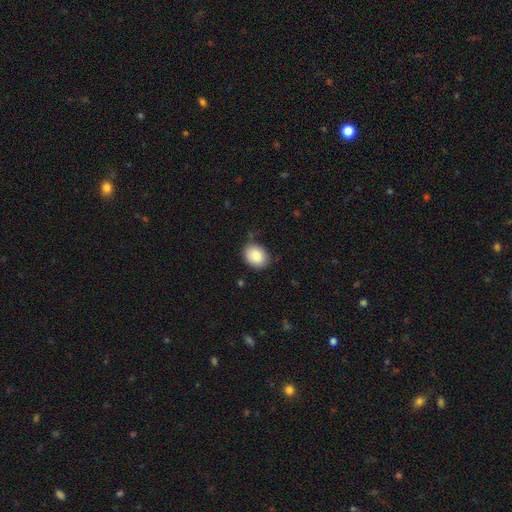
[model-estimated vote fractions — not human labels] The model was most divided on "how rounded": in between: 62%, round: 37%, cigar-shaped: 1%. More confident: smooth or featured — smooth (86%); merging — none (79%).